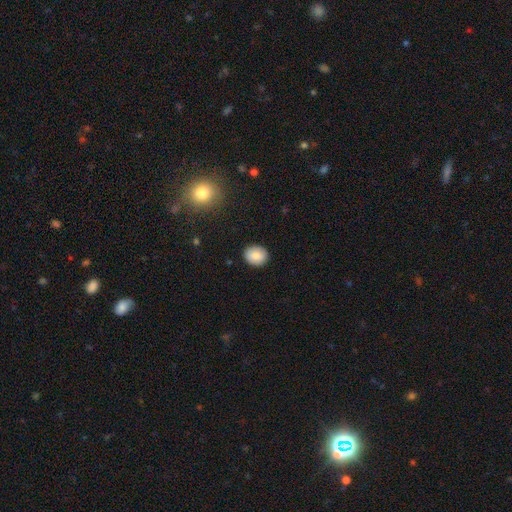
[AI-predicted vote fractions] smooth_or_featured: smooth (p=0.83) [alt: featured or disk p=0.09]
how_rounded: round (p=0.66) [alt: in between p=0.33]
merging: none (p=0.90) [alt: minor disturbance p=0.08]